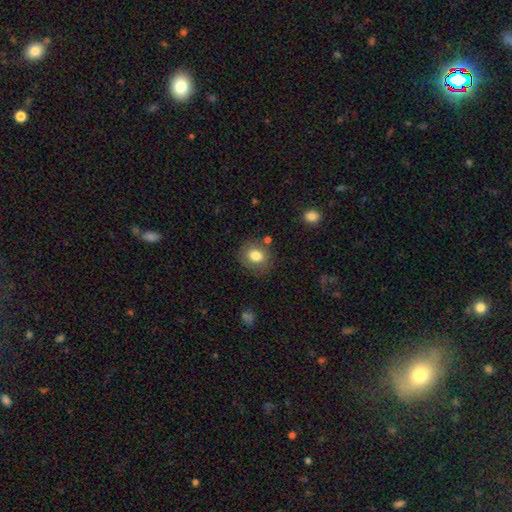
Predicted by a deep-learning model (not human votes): A smooth galaxy with no disk features (80%) that is round (65%).

Vote fractions:
- Smooth or featured? smooth: 80% / featured or disk: 11% / star or artifact: 10%
- How rounded? round: 65% / in between: 34% / cigar-shaped: 1%
- Merging? none: 78% / minor disturbance: 14% / major disturbance: 4% / merger: 4%